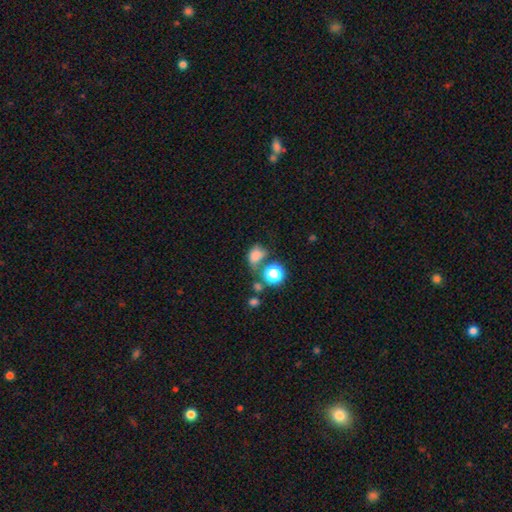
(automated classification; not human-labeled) Smooth or featured? smooth (74%)
How rounded? in between (65%)
Merging? none (34%)